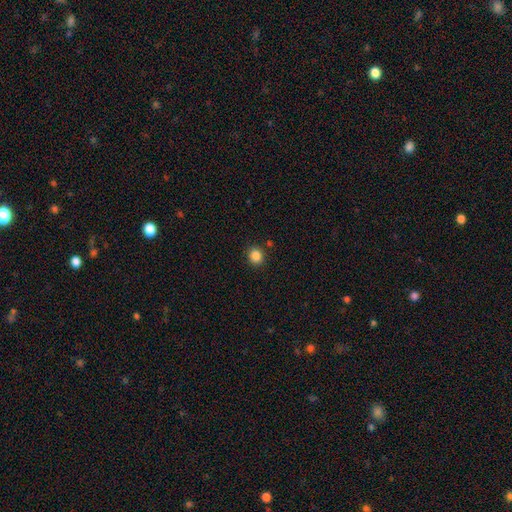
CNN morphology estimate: A smooth galaxy with no disk features (85%) that is round (82%).

Vote fractions:
- Smooth or featured? smooth: 85% / star or artifact: 11% / featured or disk: 4%
- How rounded? round: 82% / in between: 17% / cigar-shaped: 1%
- Merging? none: 88% / minor disturbance: 7% / merger: 3% / major disturbance: 2%